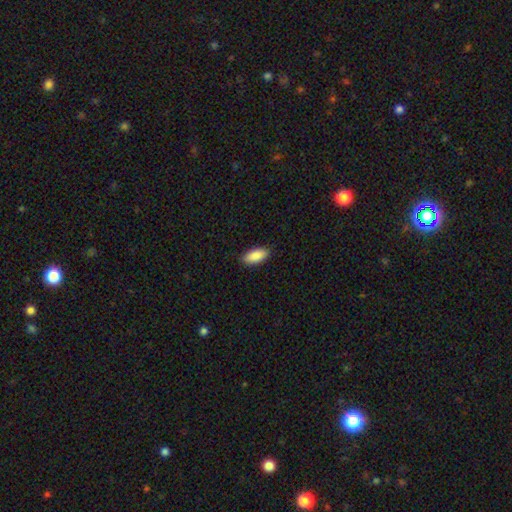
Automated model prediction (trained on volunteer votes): This appears to be a smooth galaxy with no disk features (89%) that is in between round and cigar-shaped (88%). Merging: none (89%).